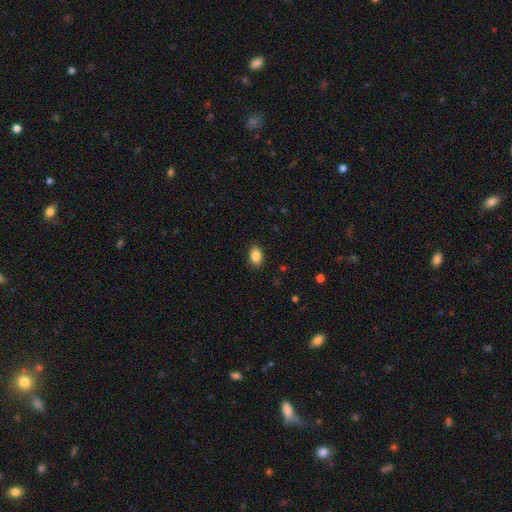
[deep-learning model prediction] Overall: smooth (87%). How rounded: in between (86%). Merging: none (88%).